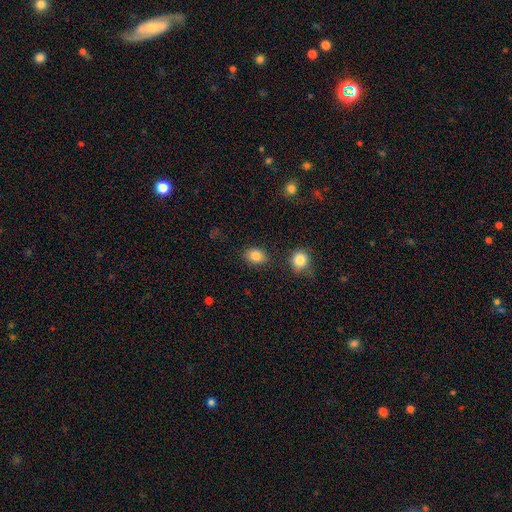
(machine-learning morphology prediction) This is clearly a smooth galaxy (85%). How rounded: likely in between (66%). Merging: clearly none (83%).